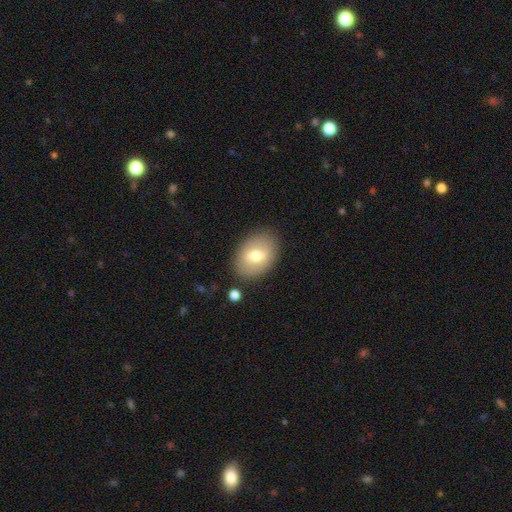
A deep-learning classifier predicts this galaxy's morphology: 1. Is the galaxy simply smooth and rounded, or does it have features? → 65% smooth, 28% featured or disk, 7% star or artifact.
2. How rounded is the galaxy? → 78% in between, 21% round, 1% cigar-shaped.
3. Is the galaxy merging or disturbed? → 84% none, 11% minor disturbance, 3% major disturbance, 2% merger.